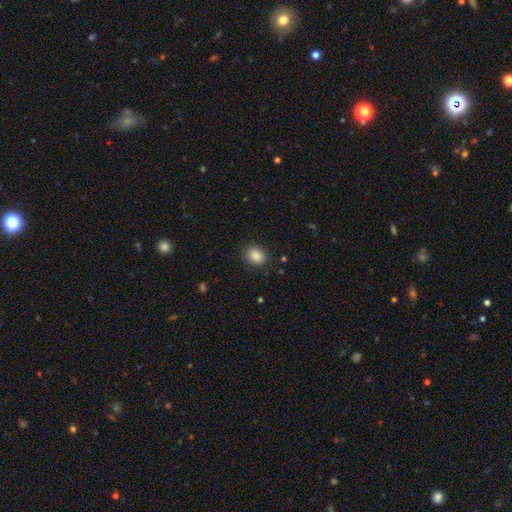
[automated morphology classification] smooth_or_featured: smooth (p=0.87) [alt: star or artifact p=0.09]
how_rounded: round (p=0.58) [alt: in between p=0.41]
merging: none (p=0.88) [alt: minor disturbance p=0.08]